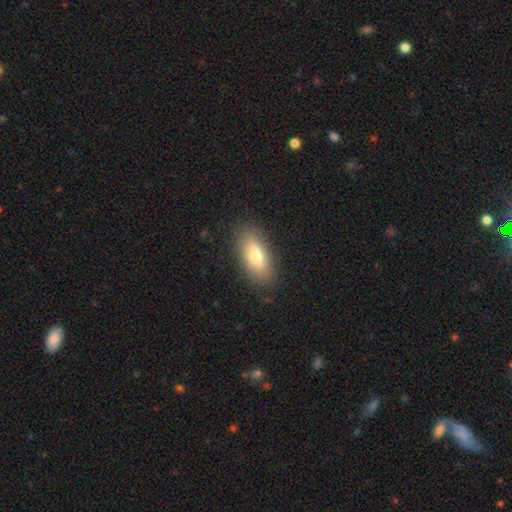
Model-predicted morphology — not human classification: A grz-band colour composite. It shows a smooth galaxy with no disk features (75%) that is in between round and cigar-shaped (76%). Merging: none (85%).